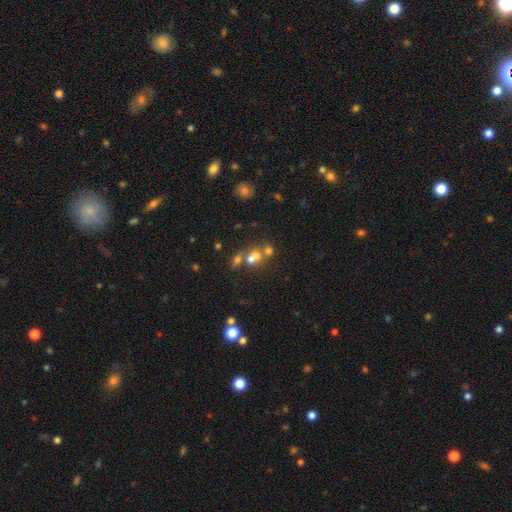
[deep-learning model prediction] The model was most divided on "merging": merger: 57%, none: 31%, minor disturbance: 7%, major disturbance: 5%. More confident: how rounded — round (62%); smooth or featured — smooth (59%).